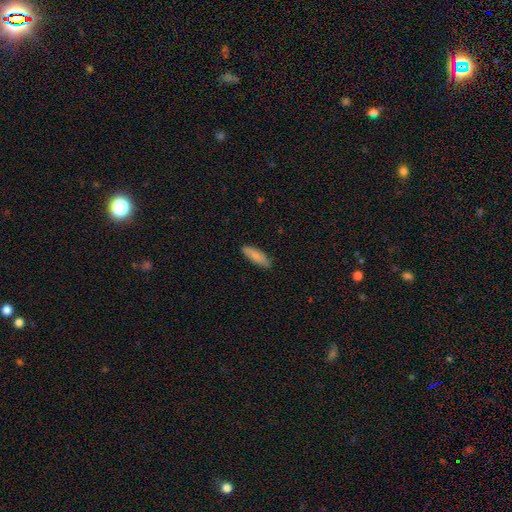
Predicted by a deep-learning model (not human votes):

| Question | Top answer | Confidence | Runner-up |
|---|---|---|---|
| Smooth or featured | smooth | 82% | featured or disk (12%) |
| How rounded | cigar-shaped | 55% | in between (44%) |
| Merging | none | 85% | minor disturbance (12%) |